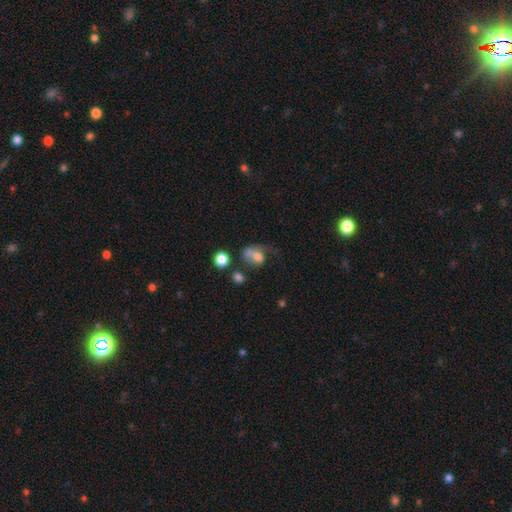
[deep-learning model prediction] smooth_or_featured: smooth (p=0.67) [alt: featured or disk p=0.21]
how_rounded: in between (p=0.58) [alt: round p=0.41]
merging: major disturbance (p=0.34) [alt: merger p=0.25]